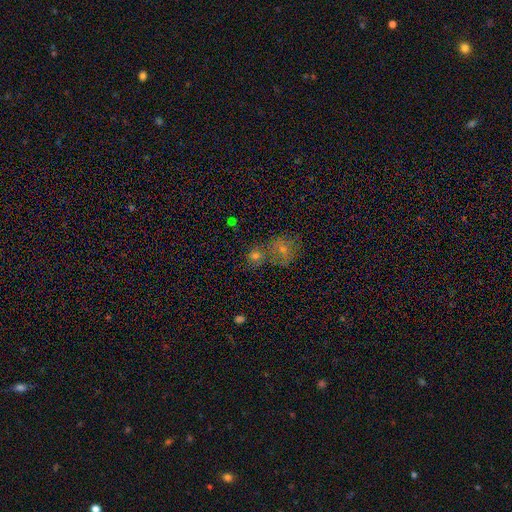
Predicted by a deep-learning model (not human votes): A smooth galaxy with no disk features (59%) that is round (78%). Merging: none (45%).